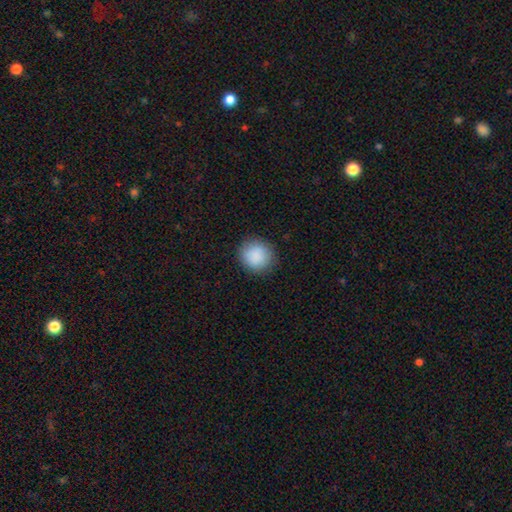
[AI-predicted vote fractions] Q: Smooth or featured?
A: smooth (89%); runner-up: star or artifact (7%)
Q: How rounded?
A: round (90%); runner-up: in between (9%)
Q: Merging?
A: none (88%); runner-up: minor disturbance (8%)